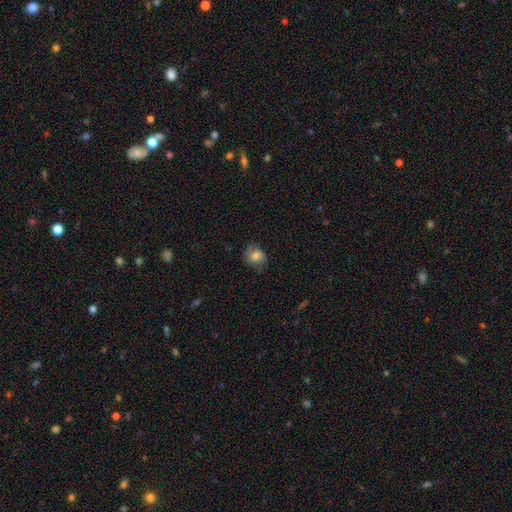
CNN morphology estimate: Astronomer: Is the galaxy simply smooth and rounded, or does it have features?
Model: smooth — 71%.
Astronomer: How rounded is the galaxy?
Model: round — 67%.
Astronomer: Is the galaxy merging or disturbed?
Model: none — 68%.